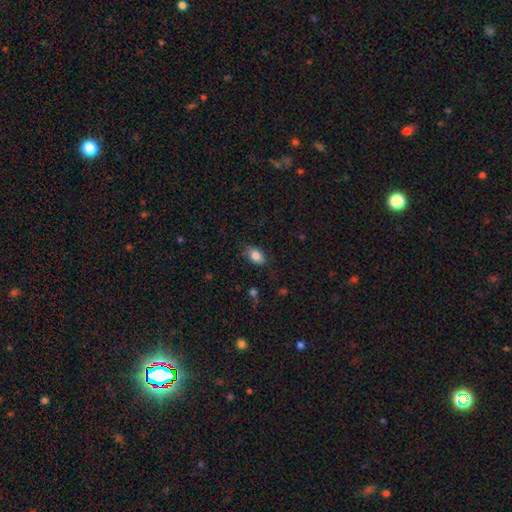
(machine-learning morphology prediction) smooth-or-featured: smooth: 83% | featured or disk: 9% | star or artifact: 8%
  how-rounded: in between: 87% | round: 11% | cigar-shaped: 2%
  merging: none: 75% | minor disturbance: 19% | major disturbance: 5% | merger: 1%